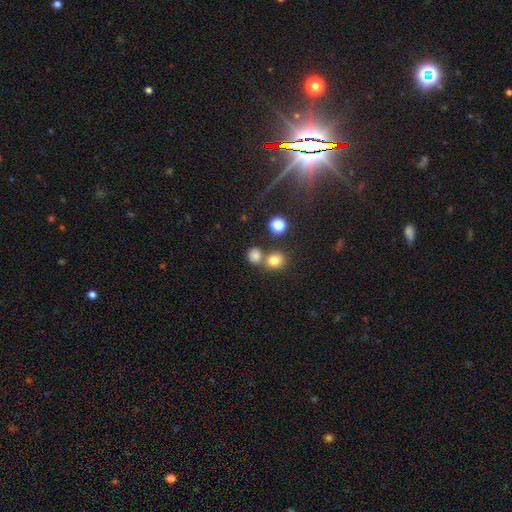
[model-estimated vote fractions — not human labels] Smooth or featured? smooth (75%)
How rounded? round (77%)
Merging? none (57%)